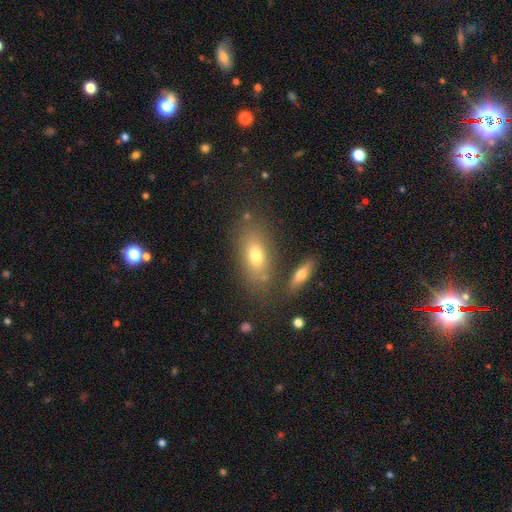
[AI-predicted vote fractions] Smooth or featured? smooth (69%)
How rounded? in between (80%)
Merging? none (72%)